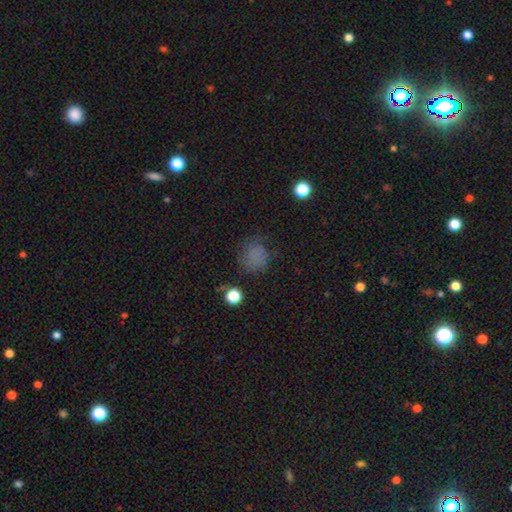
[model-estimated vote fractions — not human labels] This is likely a smooth galaxy (73%). How rounded: clearly round (82%). Merging: likely none (69%).